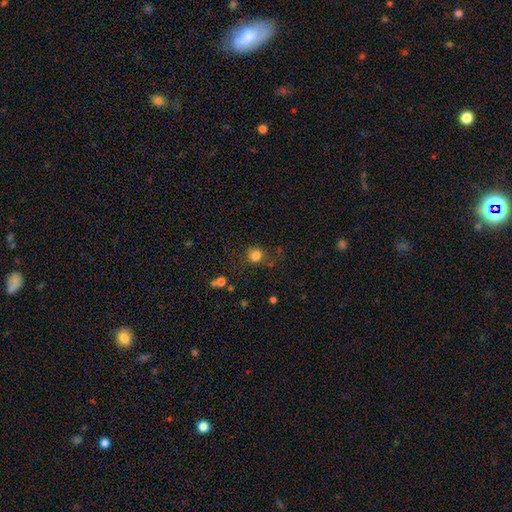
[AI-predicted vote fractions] The model was most divided on "merging": none: 76%, minor disturbance: 14%, major disturbance: 6%, merger: 4%. More confident: how rounded — round (86%); smooth or featured — smooth (82%).